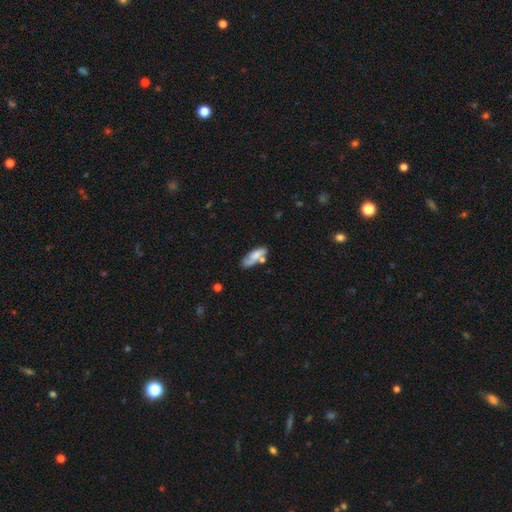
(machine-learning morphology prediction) Smooth or featured? smooth (62%)
How rounded? in between (64%)
Merging? none (54%)